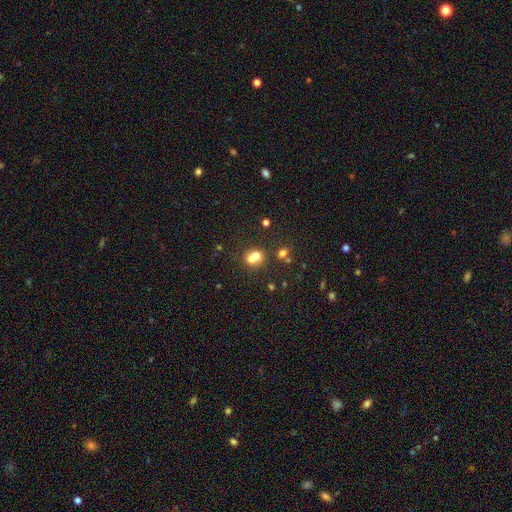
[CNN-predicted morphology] Smooth or featured: smooth — 68% (featured or disk — 17%)
How rounded: round — 66% (in between — 33%)
Merging: merger — 56% (none — 32%)